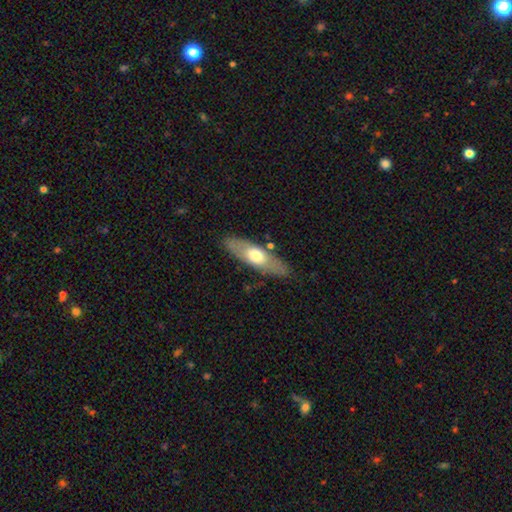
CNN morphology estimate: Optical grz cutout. It shows a smooth galaxy with no disk features (54%) that is in between round and cigar-shaped (57%). Merging: none (82%).